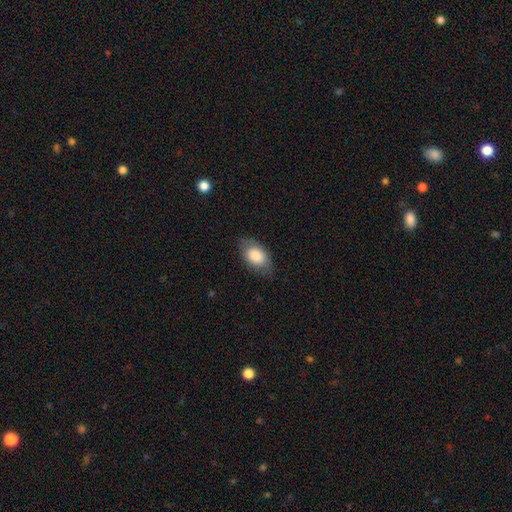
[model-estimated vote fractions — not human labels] Smooth or featured? smooth (82%)
How rounded? in between (91%)
Merging? none (77%)